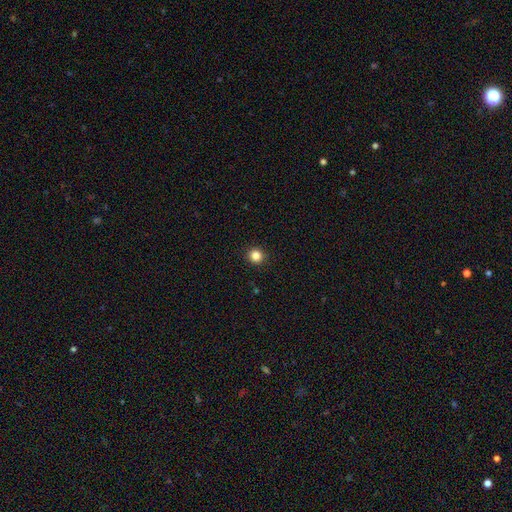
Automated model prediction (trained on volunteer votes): smooth 84%, star or artifact 12%, featured or disk 4%. Down the decision tree: how rounded — round (94%); merging — none (93%).